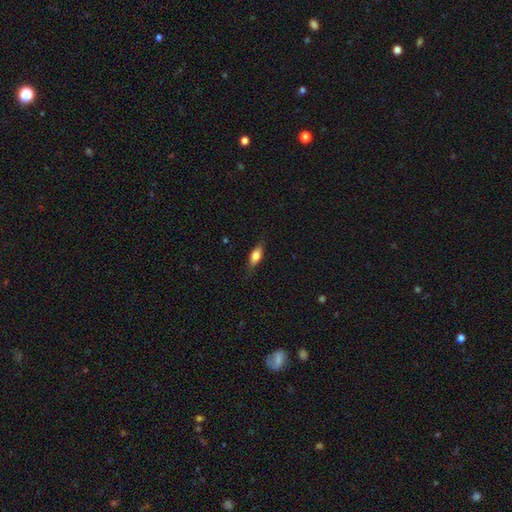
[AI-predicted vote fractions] Smooth or featured: smooth — 71% (featured or disk — 22%)
How rounded: in between — 68% (cigar-shaped — 28%)
Merging: none — 79% (minor disturbance — 16%)